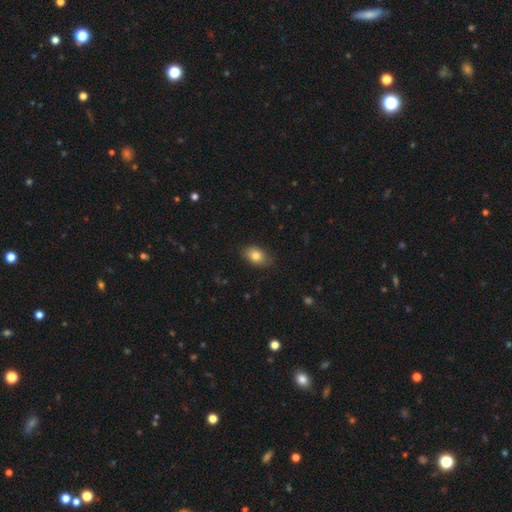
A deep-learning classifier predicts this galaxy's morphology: This appears to be a smooth galaxy with no disk features (81%) that is in between round and cigar-shaped (87%). Merging: none (83%).